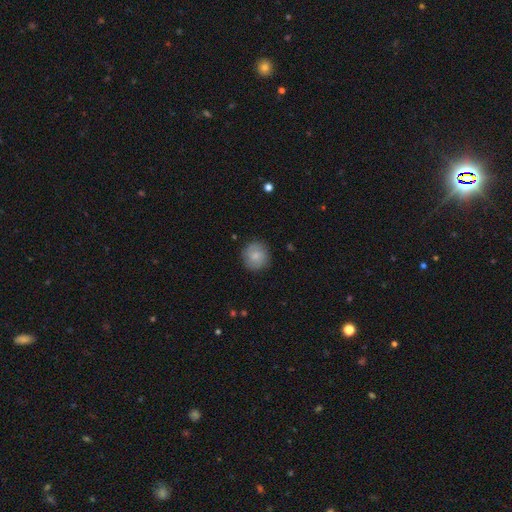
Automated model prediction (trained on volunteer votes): Smooth or featured? smooth (77%)
How rounded? round (92%)
Merging? none (86%)